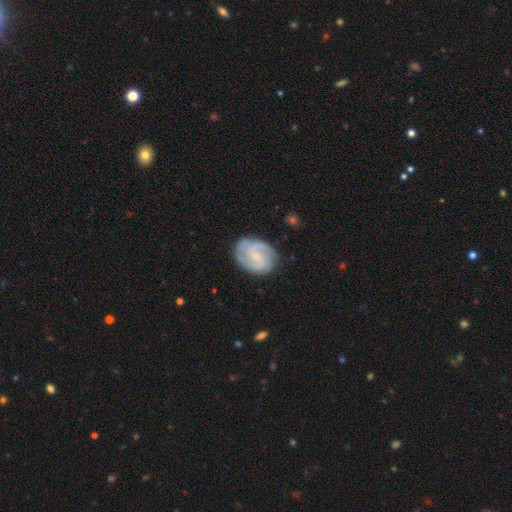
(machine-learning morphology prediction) featured or disk 82%, smooth 13%, star or artifact 5%. Down the decision tree: edge-on disk — no (98%); bar — weak (51%); spiral arms — yes (96%); spiral arm count — 2 (59%); spiral winding — medium (48%); bulge size — small (73%); merging — none (76%).